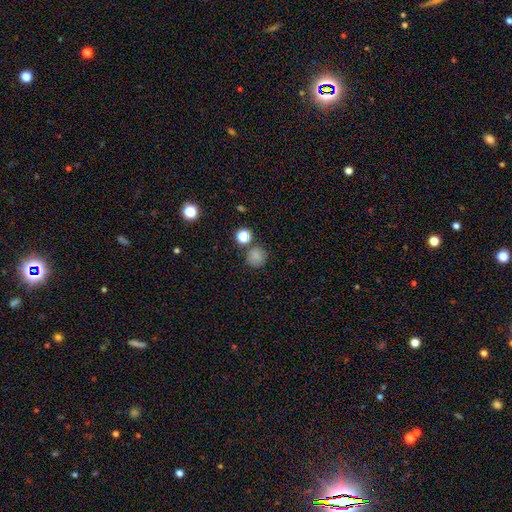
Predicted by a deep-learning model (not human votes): Smooth or featured: smooth — 80% (star or artifact — 14%)
How rounded: round — 91% (in between — 8%)
Merging: none — 78% (merger — 10%)